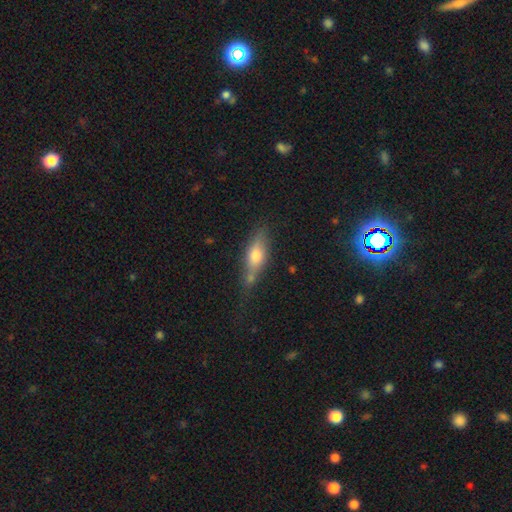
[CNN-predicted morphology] Smooth or featured? smooth (59%)
How rounded? in between (59%)
Merging? none (57%)